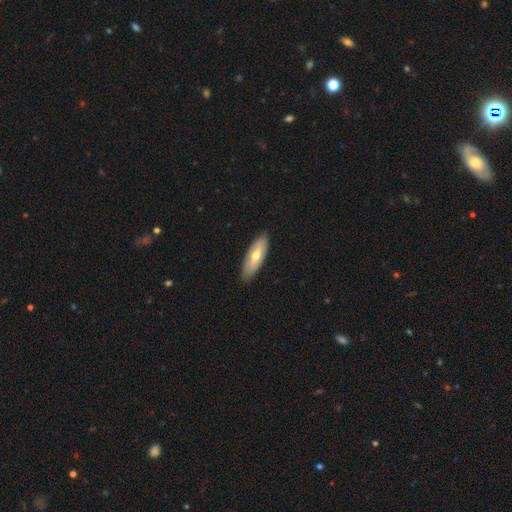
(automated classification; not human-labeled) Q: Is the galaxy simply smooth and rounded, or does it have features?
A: smooth — 55%.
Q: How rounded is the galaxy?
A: in between — 63%.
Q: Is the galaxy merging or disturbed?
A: none — 85%.